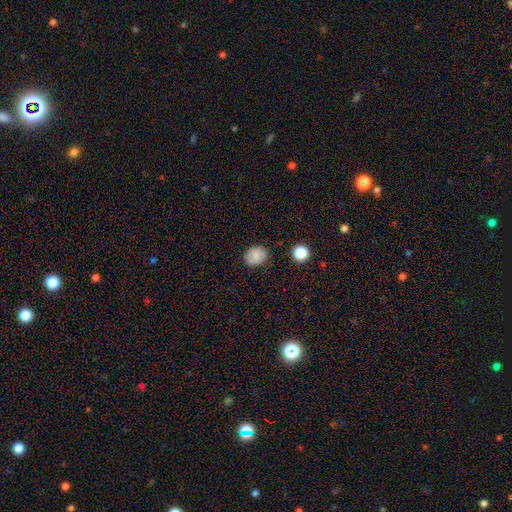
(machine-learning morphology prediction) A smooth galaxy with no disk features (77%) that is round (52%).

Vote fractions:
- Smooth or featured? smooth: 77% / star or artifact: 12% / featured or disk: 12%
- How rounded? round: 52% / in between: 47% / cigar-shaped: 1%
- Merging? none: 81% / minor disturbance: 14% / major disturbance: 3% / merger: 2%